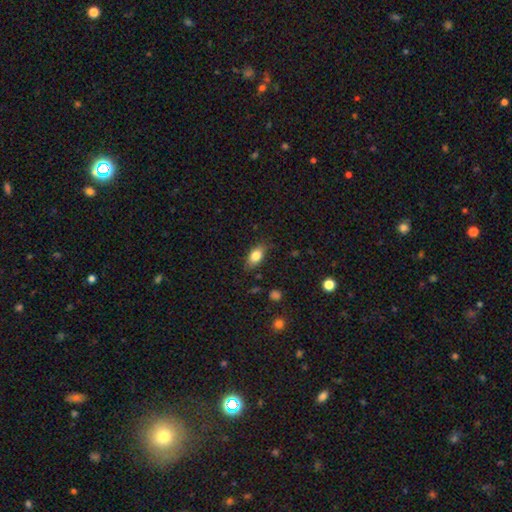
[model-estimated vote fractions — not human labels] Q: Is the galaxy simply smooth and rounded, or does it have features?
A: smooth — 81%.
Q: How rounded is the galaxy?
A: in between — 86%.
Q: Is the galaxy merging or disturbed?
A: none — 79%.